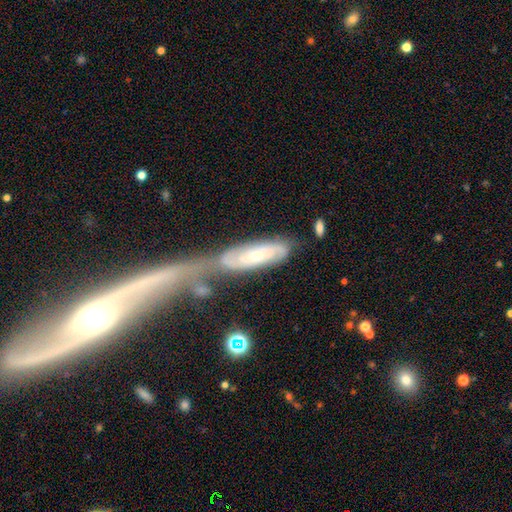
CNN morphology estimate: A featured or disk galaxy (67%) with no bar (65%), spiral arms (83%) and a small central bulge (49%).

Vote fractions:
- Smooth or featured? featured or disk: 67% / smooth: 26% / star or artifact: 7%
- Edge-on disk? no: 82% / yes: 18%
- Bar? no: 65% / weak: 25% / strong: 10%
- Spiral arms? yes: 83% / no: 17%
- Bulge size? small: 49% / moderate: 47% / large: 2% / none: 2% / dominant: 1%
- Merging? none: 41% / merger: 34% / minor disturbance: 16% / major disturbance: 9%